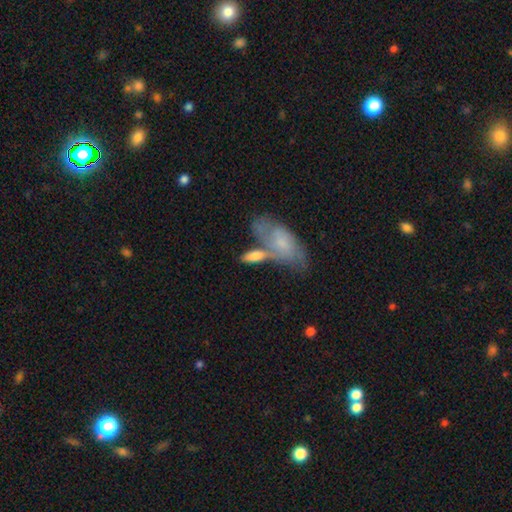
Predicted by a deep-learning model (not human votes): Q: Smooth or featured?
A: smooth (63%); runner-up: featured or disk (30%)
Q: How rounded?
A: in between (76%); runner-up: cigar-shaped (20%)
Q: Merging?
A: merger (41%); runner-up: none (36%)